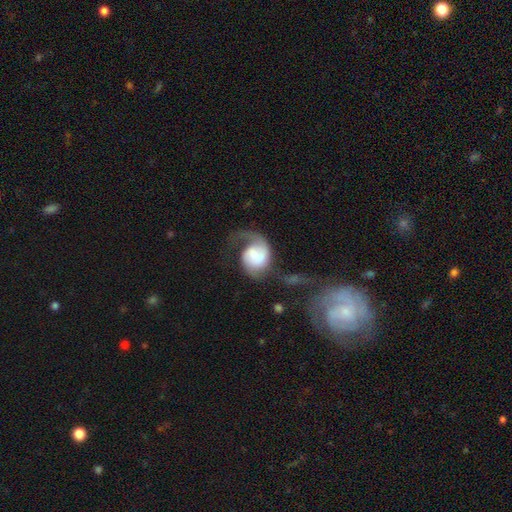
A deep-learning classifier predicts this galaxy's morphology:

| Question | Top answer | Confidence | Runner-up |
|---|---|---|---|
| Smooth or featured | featured or disk | 70% | smooth (24%) |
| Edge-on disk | no | 98% | yes (2%) |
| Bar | no | 60% | weak (32%) |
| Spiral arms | yes | 91% | no (9%) |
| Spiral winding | loose | 46% | medium (37%) |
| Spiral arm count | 2 | 47% | 1 (45%) |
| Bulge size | moderate | 31% | small (30%) |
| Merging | major disturbance | 41% | none (32%) |